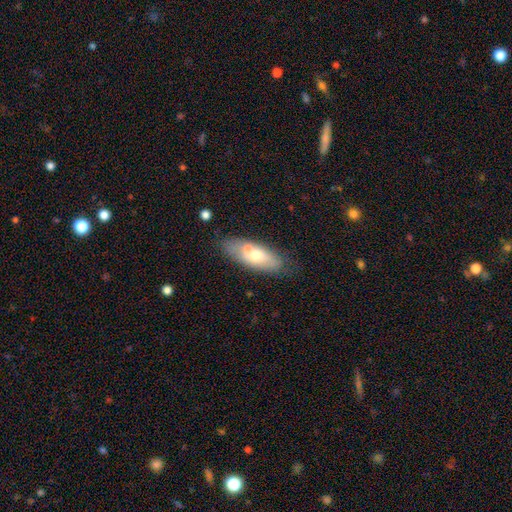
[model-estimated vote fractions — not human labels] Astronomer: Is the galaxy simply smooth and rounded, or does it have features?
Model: smooth — 60%.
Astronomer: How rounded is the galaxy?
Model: in between — 72%.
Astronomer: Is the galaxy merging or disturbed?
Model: none — 64%.